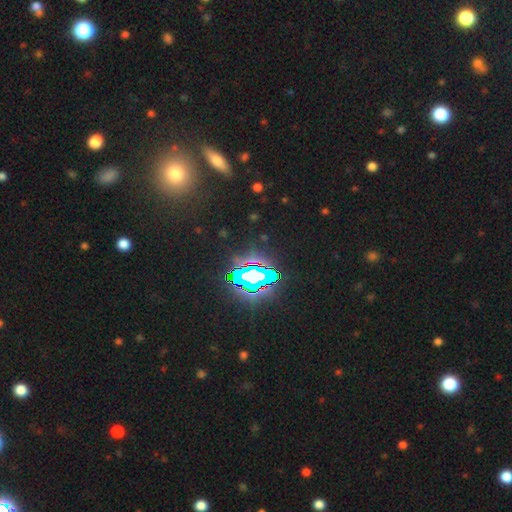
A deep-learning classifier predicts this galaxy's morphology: smooth_or_featured: star or artifact (p=0.78) [alt: smooth p=0.13]